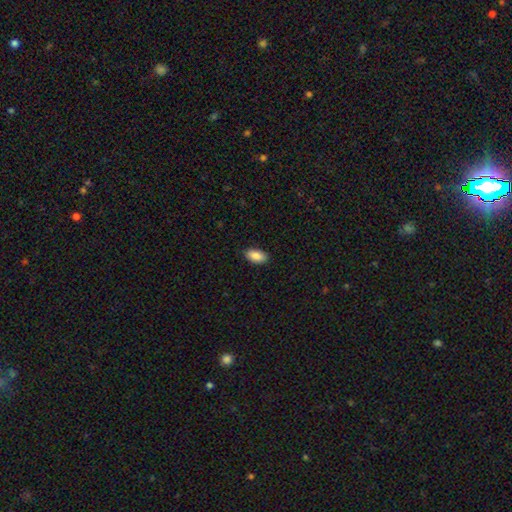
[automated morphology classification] The model was most divided on "merging": none: 88%, minor disturbance: 9%, major disturbance: 2%, merger: 1%. More confident: how rounded — in between (94%); smooth or featured — smooth (88%).